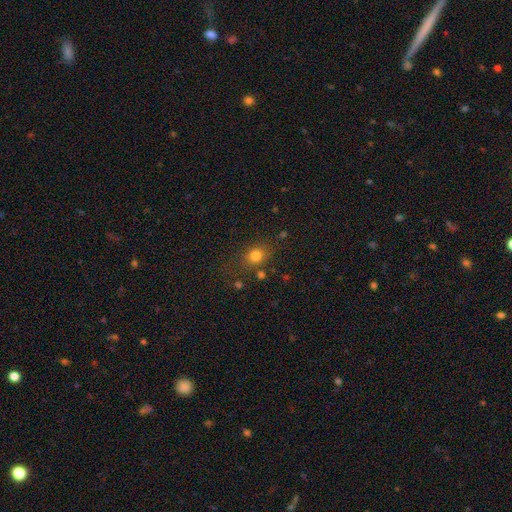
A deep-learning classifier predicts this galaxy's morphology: A smooth galaxy with no disk features (78%) that is round (71%). Merging: none (74%).